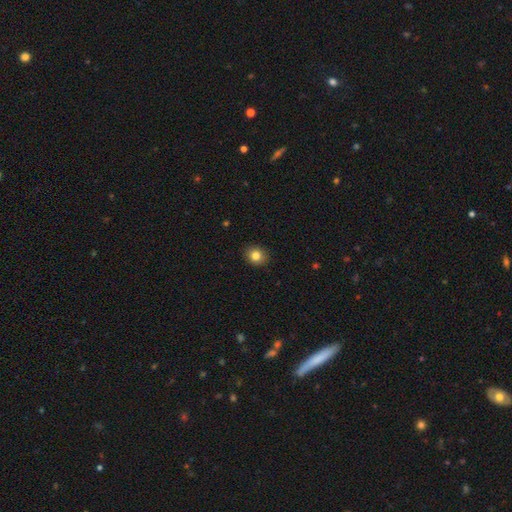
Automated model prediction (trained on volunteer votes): This is clearly a smooth galaxy (83%). How rounded: likely round (72%). Merging: clearly none (91%).